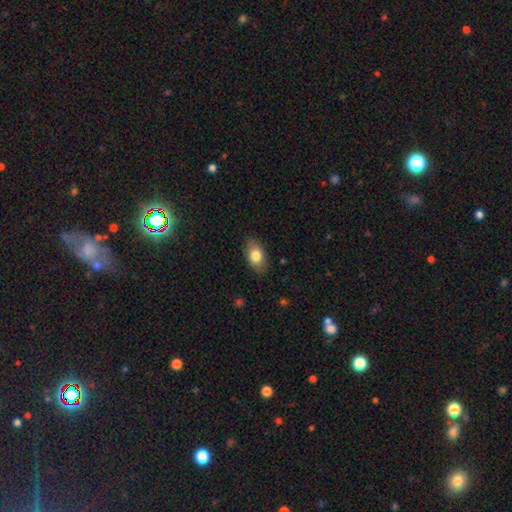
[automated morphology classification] type=smooth (79%); roundness=in between (89%); merging=none (84%).